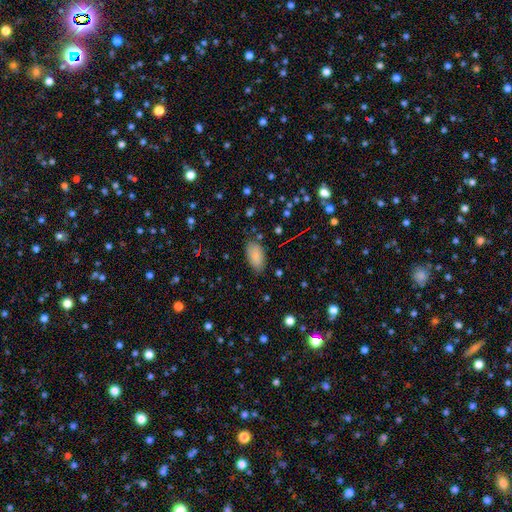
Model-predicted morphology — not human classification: smooth_or_featured: smooth (p=0.83) [alt: featured or disk p=0.09]
how_rounded: in between (p=0.94) [alt: round p=0.03]
merging: none (p=0.78) [alt: minor disturbance p=0.16]